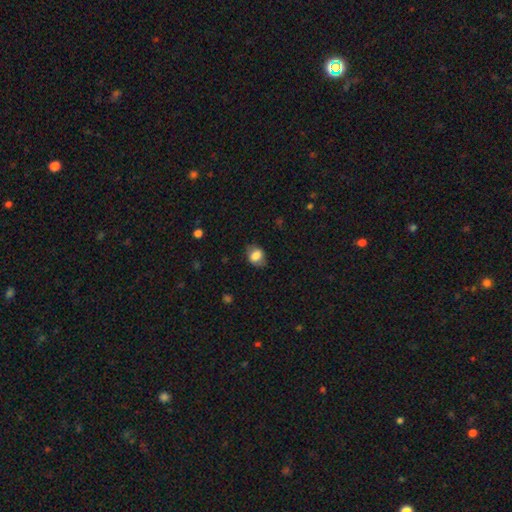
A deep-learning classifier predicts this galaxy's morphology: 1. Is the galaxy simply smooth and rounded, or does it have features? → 78% smooth, 14% featured or disk, 8% star or artifact.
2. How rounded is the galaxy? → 60% in between, 38% round, 1% cigar-shaped.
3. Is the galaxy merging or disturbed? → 75% none, 18% minor disturbance, 6% major disturbance, 1% merger.